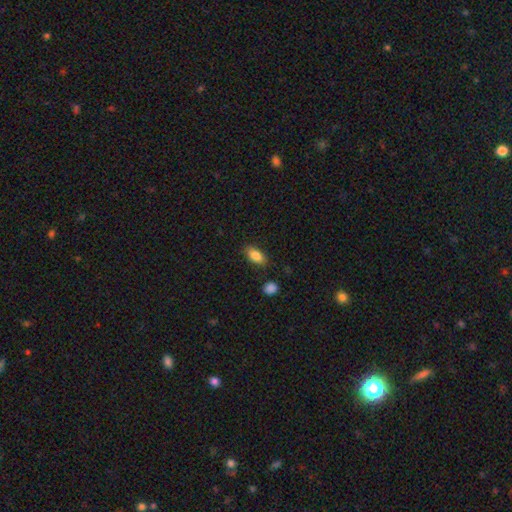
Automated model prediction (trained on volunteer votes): Morphology: type=smooth (85%); roundness=in between (88%); merging=none (84%).